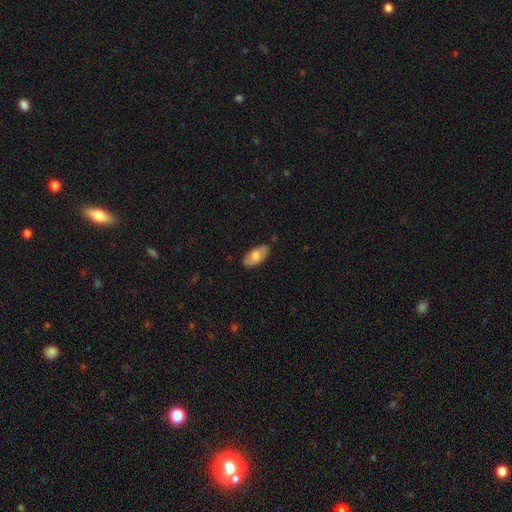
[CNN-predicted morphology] The model was most divided on "smooth or featured": smooth: 71%, featured or disk: 23%, star or artifact: 6%. More confident: how rounded — in between (93%); merging — none (82%).